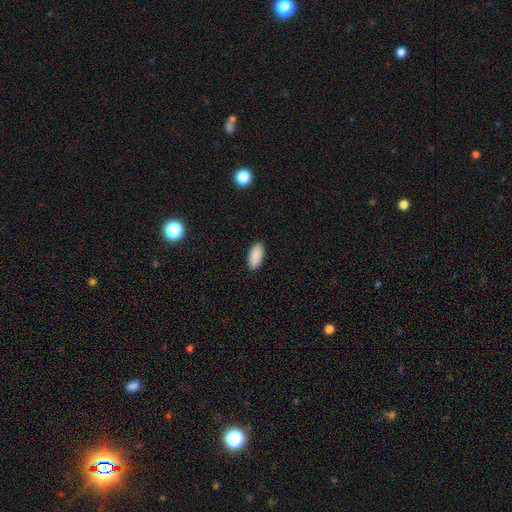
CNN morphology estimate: smooth 90%, star or artifact 7%, featured or disk 3%. Down the decision tree: how rounded — in between (93%); merging — none (90%).